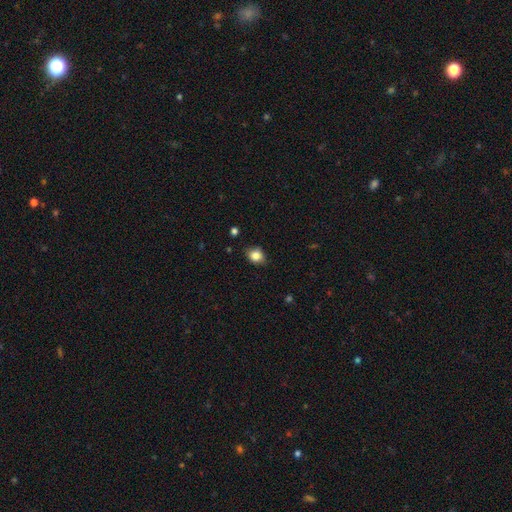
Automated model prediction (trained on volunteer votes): Smooth or featured? Predicted: smooth (p=0.82). How rounded? Predicted: in between (p=0.50). Merging? Predicted: none (p=0.78).